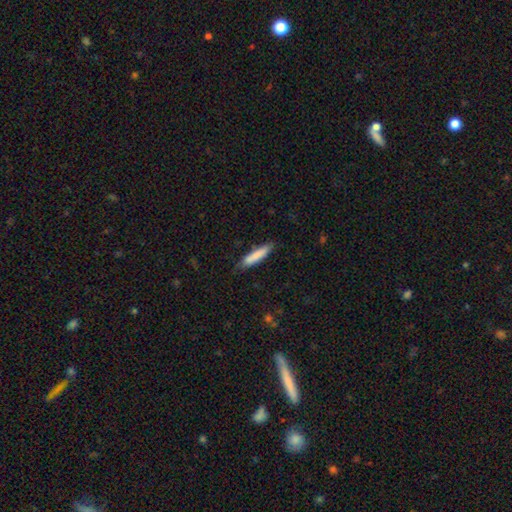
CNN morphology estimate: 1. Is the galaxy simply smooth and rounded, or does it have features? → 81% smooth, 13% featured or disk, 6% star or artifact.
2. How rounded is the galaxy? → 84% cigar-shaped, 15% in between, 1% round.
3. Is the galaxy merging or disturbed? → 79% none, 16% minor disturbance, 3% major disturbance, 2% merger.